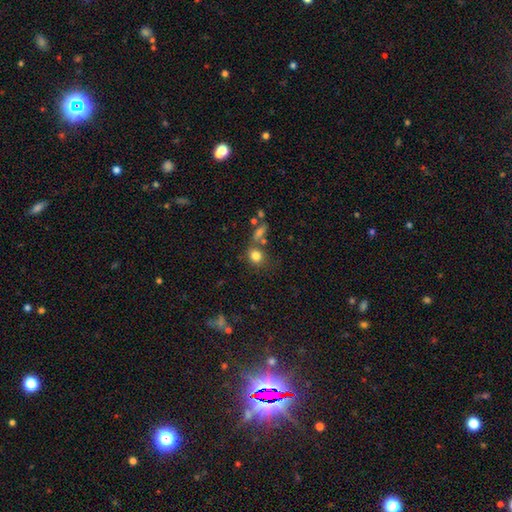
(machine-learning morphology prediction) The model was most divided on "how rounded": round: 66%, in between: 32%, cigar-shaped: 2%. More confident: smooth or featured — smooth (80%); merging — none (62%).